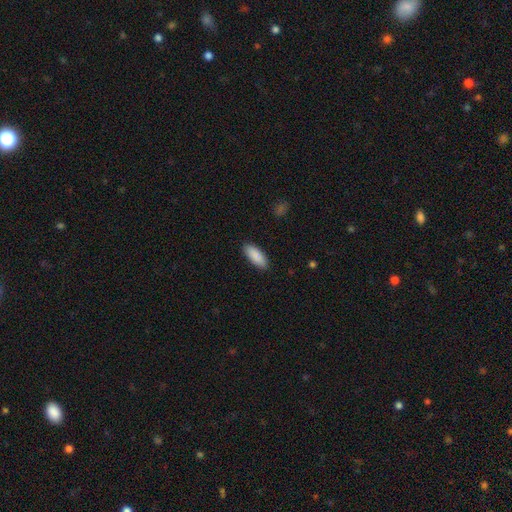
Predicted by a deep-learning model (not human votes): This appears to be a smooth galaxy with no disk features (89%) that is in between round and cigar-shaped (79%). Merging: none (89%).